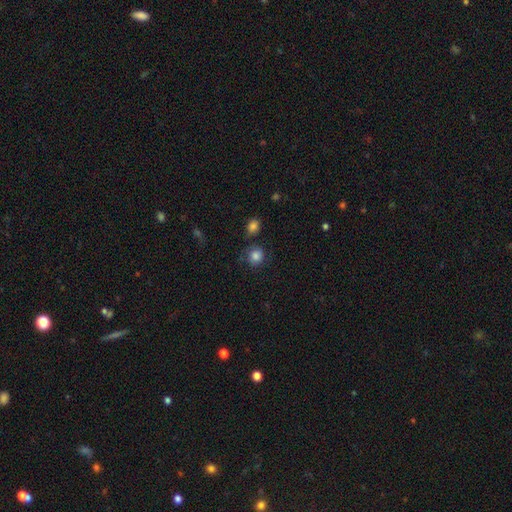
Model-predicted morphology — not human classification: Smooth or featured: smooth — 84% (star or artifact — 10%)
How rounded: round — 87% (in between — 12%)
Merging: none — 72% (minor disturbance — 15%)